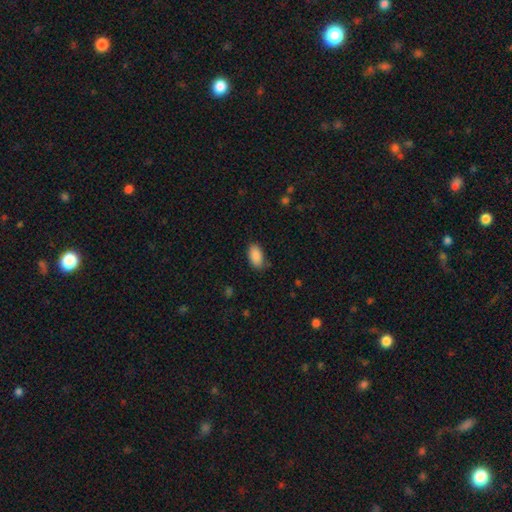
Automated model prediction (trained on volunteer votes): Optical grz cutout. It shows a smooth galaxy with no disk features (89%) that is in between round and cigar-shaped (94%). Merging: none (81%).